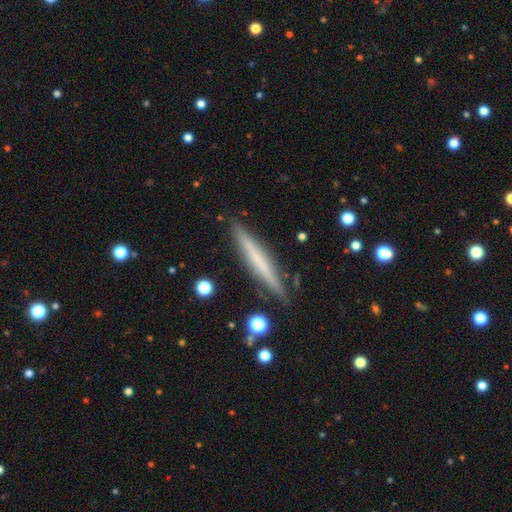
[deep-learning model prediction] Morphology: type=featured or disk (47%); merging=none (89%).